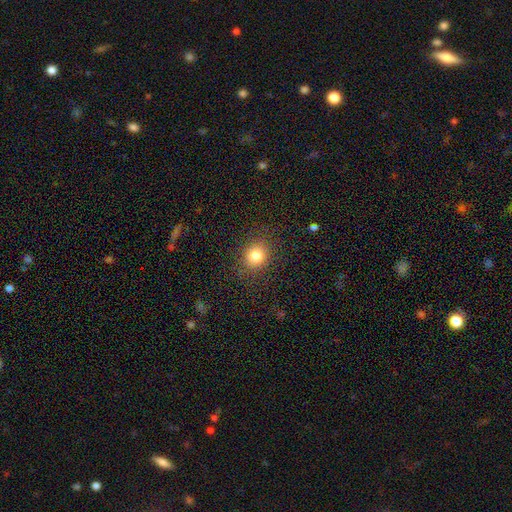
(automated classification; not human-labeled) Smooth or featured?
  - smooth: 82% *
  - star or artifact: 12%
  - featured or disk: 6%
How rounded?
  - round: 74% *
  - in between: 25%
  - cigar-shaped: 1%
Merging?
  - none: 87% *
  - minor disturbance: 9%
  - major disturbance: 3%
  - merger: 1%